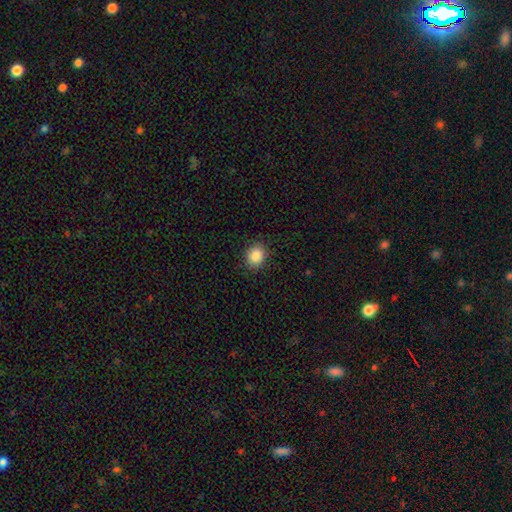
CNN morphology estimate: smooth_or_featured: smooth (p=0.87) [alt: star or artifact p=0.09]
how_rounded: round (p=0.59) [alt: in between p=0.40]
merging: none (p=0.89) [alt: minor disturbance p=0.08]